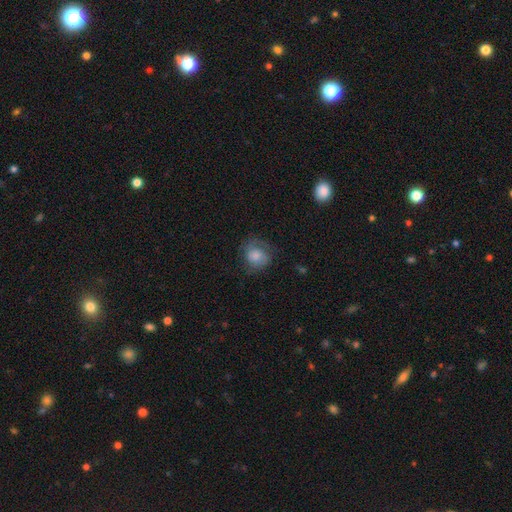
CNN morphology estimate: Smooth or featured?
  - smooth: 54% *
  - featured or disk: 37%
  - star or artifact: 9%
How rounded?
  - round: 72% *
  - in between: 27%
  - cigar-shaped: 1%
Merging?
  - none: 59% *
  - minor disturbance: 24%
  - major disturbance: 16%
  - merger: 1%